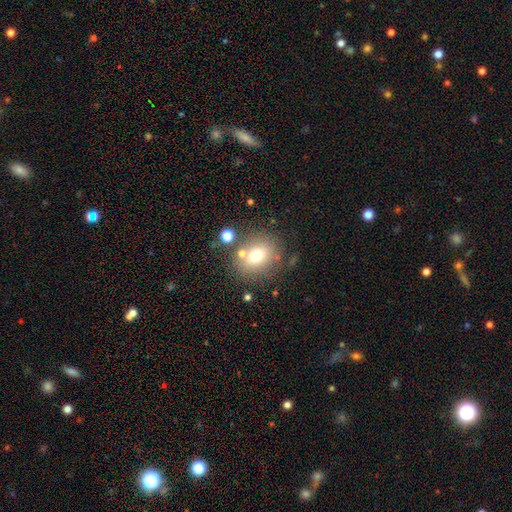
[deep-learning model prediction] smooth_or_featured: smooth (p=0.69) [alt: featured or disk p=0.17]
how_rounded: round (p=0.63) [alt: in between p=0.36]
merging: none (p=0.72) [alt: minor disturbance p=0.13]